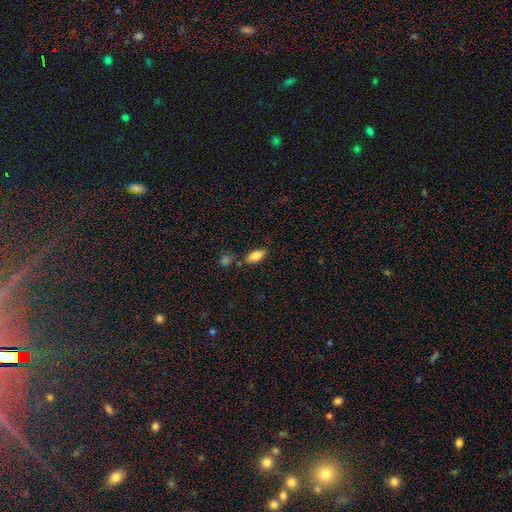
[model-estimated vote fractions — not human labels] This is clearly a smooth galaxy (83%). How rounded: clearly in between (88%). Merging: likely none (74%).